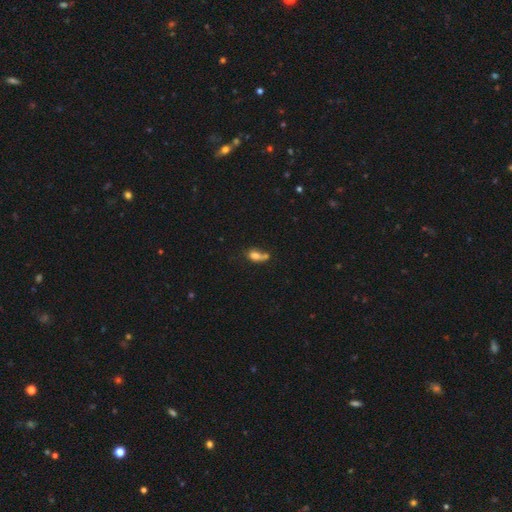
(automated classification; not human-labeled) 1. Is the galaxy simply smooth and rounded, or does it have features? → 72% smooth, 17% featured or disk, 11% star or artifact.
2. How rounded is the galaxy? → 73% in between, 20% round, 7% cigar-shaped.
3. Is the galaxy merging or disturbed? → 36% merger, 28% none, 18% minor disturbance, 17% major disturbance.